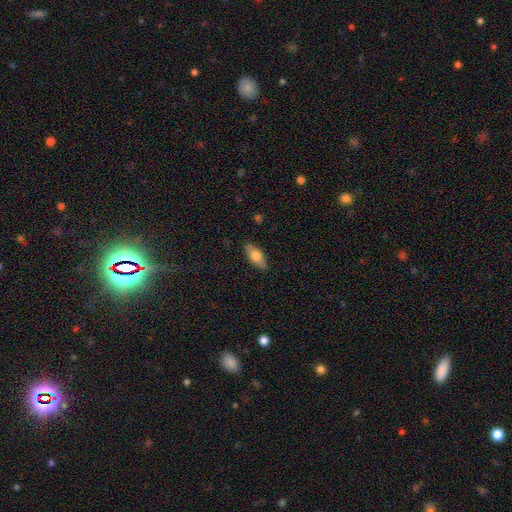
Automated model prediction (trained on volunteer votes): Q: Smooth or featured?
A: smooth (70%); runner-up: featured or disk (23%)
Q: How rounded?
A: in between (78%); runner-up: cigar-shaped (19%)
Q: Merging?
A: none (86%); runner-up: minor disturbance (10%)